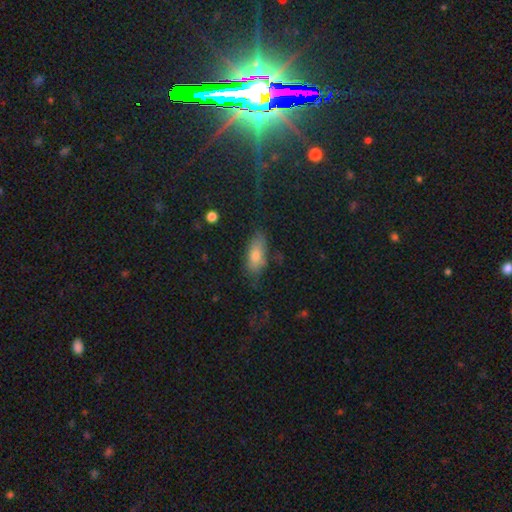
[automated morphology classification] Q: Smooth or featured?
A: smooth (69%); runner-up: featured or disk (18%)
Q: How rounded?
A: in between (79%); runner-up: cigar-shaped (17%)
Q: Merging?
A: none (69%); runner-up: minor disturbance (21%)